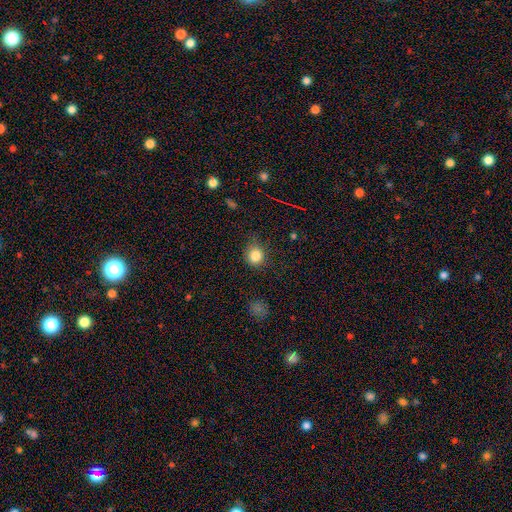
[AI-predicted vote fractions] Smooth or featured? smooth (82%)
How rounded? round (81%)
Merging? none (72%)